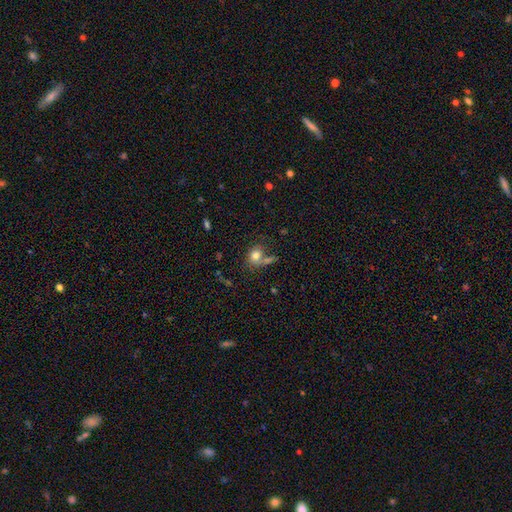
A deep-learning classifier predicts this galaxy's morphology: smooth 77%, featured or disk 12%, star or artifact 10%. Down the decision tree: how rounded — in between (50%); merging — none (50%).